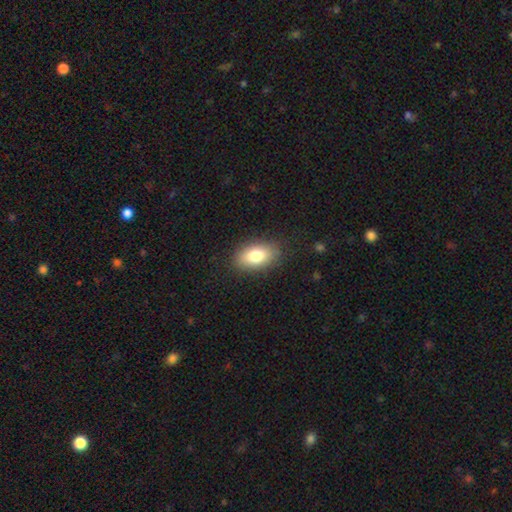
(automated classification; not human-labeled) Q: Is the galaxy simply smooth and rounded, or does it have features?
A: smooth — 81%.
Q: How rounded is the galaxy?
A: in between — 90%.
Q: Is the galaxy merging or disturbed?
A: none — 84%.